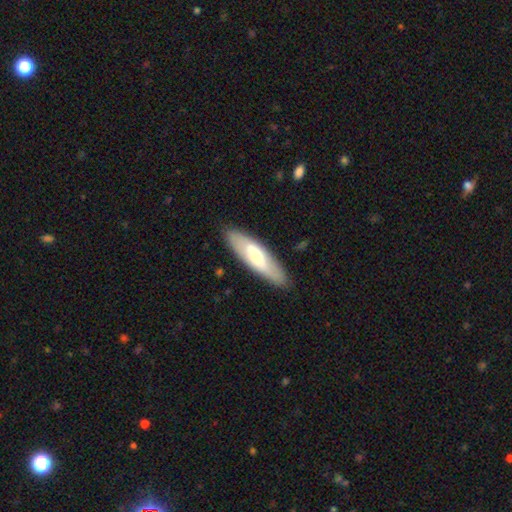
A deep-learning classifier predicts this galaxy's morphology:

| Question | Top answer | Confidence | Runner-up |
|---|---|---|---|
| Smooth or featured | smooth | 58% | featured or disk (37%) |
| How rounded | cigar-shaped | 56% | in between (42%) |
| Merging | none | 87% | minor disturbance (9%) |